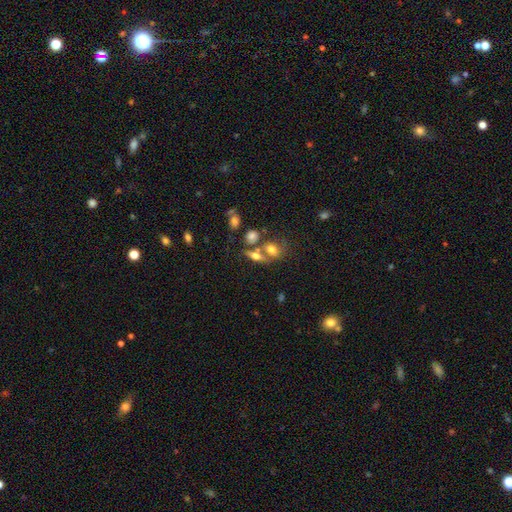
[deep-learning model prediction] Morphology: type=smooth (51%); roundness=in between (54%); merging=none (49%).